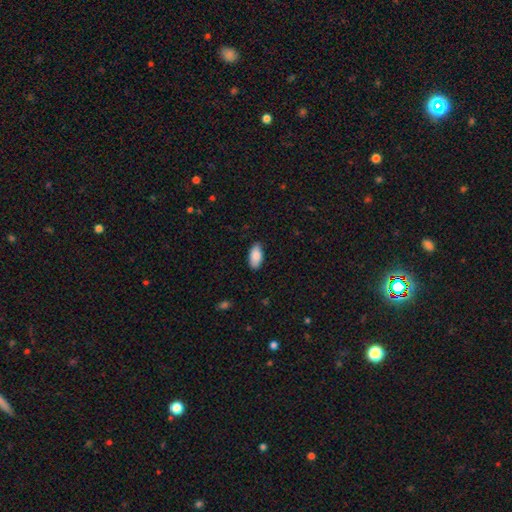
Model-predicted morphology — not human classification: The model was most divided on "merging": none: 84%, minor disturbance: 12%, major disturbance: 2%, merger: 1%. More confident: how rounded — in between (93%); smooth or featured — smooth (88%).